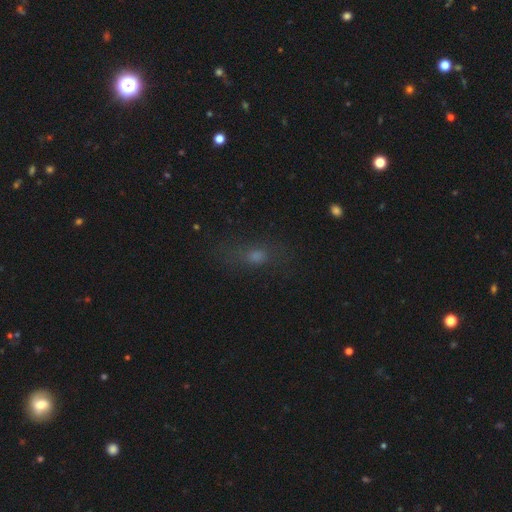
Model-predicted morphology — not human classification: A smooth galaxy with no disk features (57%) that is in between round and cigar-shaped (58%). Merging: none (70%).